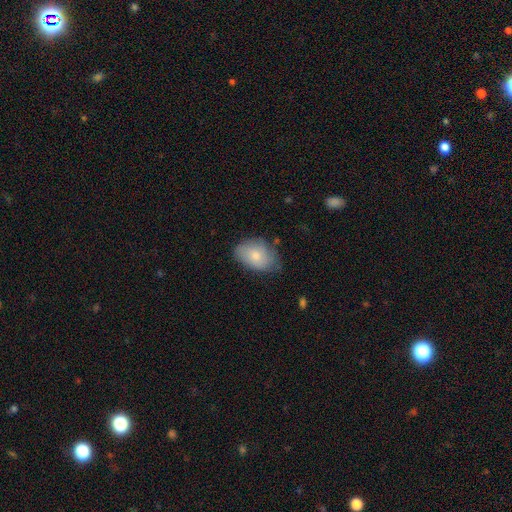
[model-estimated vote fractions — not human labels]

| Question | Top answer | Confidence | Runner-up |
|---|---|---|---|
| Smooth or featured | smooth | 77% | featured or disk (17%) |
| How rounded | in between | 84% | round (15%) |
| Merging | none | 61% | minor disturbance (30%) |